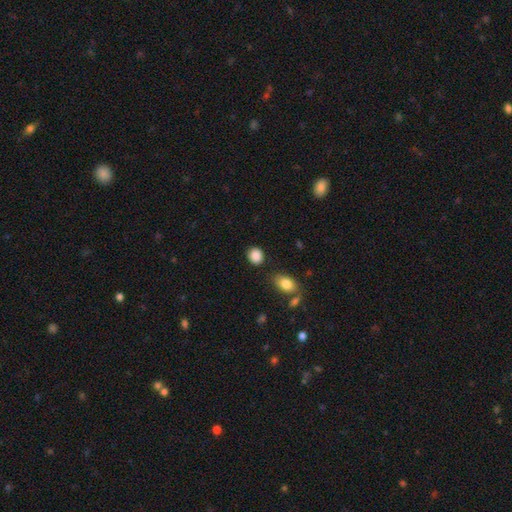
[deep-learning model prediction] Smooth or featured: smooth — 88% (star or artifact — 8%)
How rounded: round — 61% (in between — 38%)
Merging: none — 82% (minor disturbance — 11%)